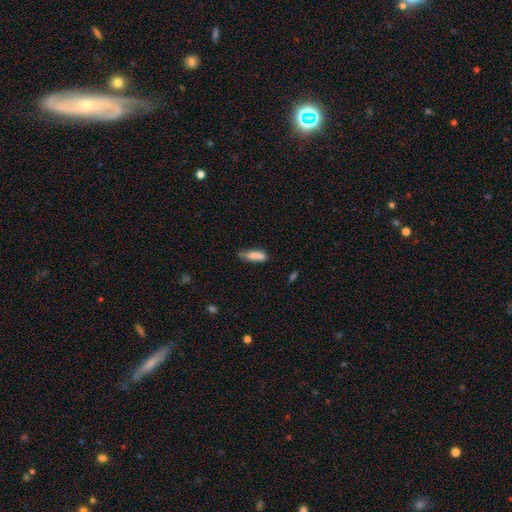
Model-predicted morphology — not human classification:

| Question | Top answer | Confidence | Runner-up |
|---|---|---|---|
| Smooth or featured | smooth | 82% | featured or disk (11%) |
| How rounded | cigar-shaped | 60% | in between (38%) |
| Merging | none | 54% | minor disturbance (33%) |